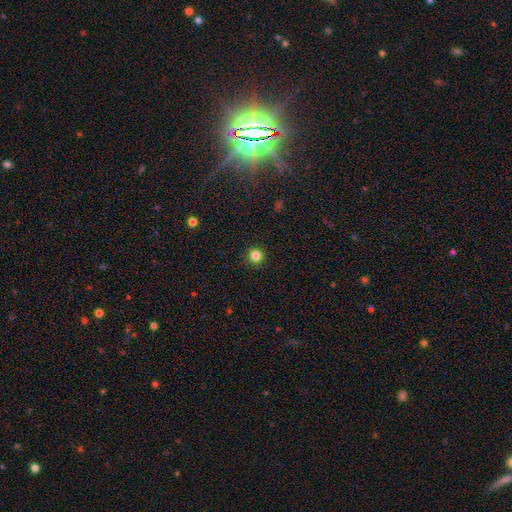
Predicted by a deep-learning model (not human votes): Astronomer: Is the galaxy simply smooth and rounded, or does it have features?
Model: smooth — 83%.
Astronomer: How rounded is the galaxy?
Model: round — 95%.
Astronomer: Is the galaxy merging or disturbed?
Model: none — 92%.